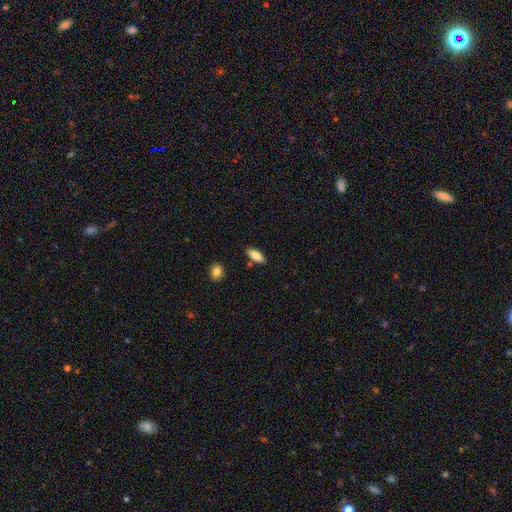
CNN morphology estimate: Q: Smooth or featured?
A: smooth (86%); runner-up: star or artifact (7%)
Q: How rounded?
A: in between (83%); runner-up: cigar-shaped (15%)
Q: Merging?
A: none (83%); runner-up: minor disturbance (11%)